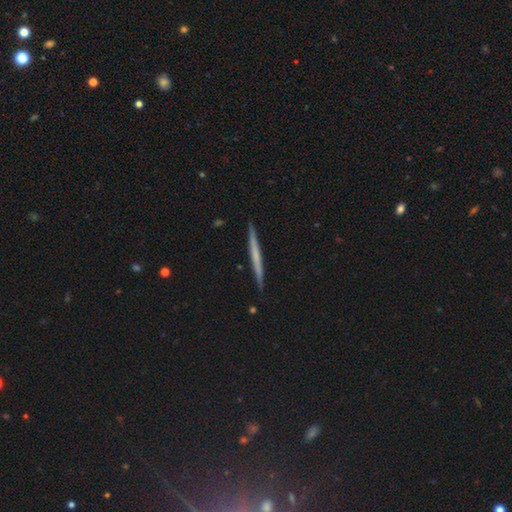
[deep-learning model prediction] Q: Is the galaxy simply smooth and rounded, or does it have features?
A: featured or disk — 51%.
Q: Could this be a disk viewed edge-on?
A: yes — 97%.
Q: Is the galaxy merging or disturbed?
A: none — 92%.